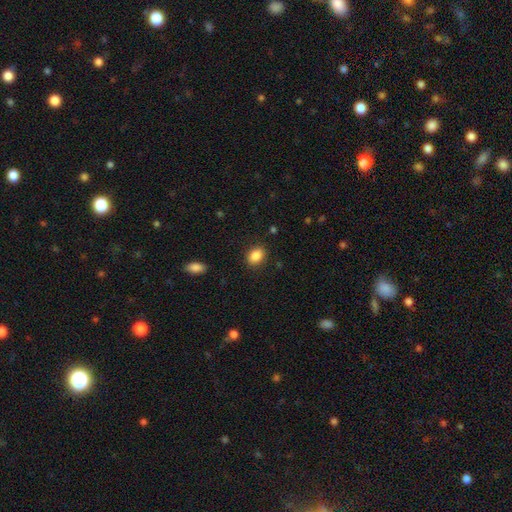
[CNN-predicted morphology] Q: Smooth or featured?
A: smooth (87%); runner-up: star or artifact (9%)
Q: How rounded?
A: in between (64%); runner-up: round (35%)
Q: Merging?
A: none (88%); runner-up: minor disturbance (9%)